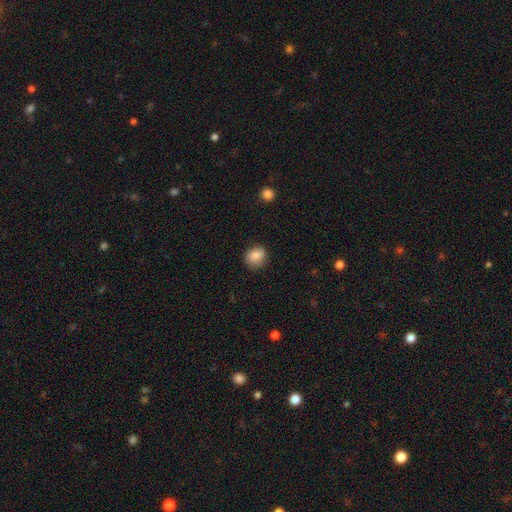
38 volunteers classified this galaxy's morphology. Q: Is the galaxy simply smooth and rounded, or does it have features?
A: smooth — 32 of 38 (84%).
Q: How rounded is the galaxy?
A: round — 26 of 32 (81%).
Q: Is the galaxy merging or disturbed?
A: none — 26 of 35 (74%).